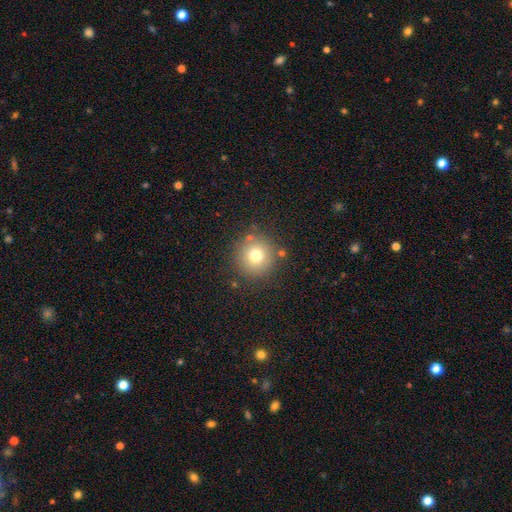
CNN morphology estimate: Smooth or featured: smooth — 74% (star or artifact — 14%)
How rounded: round — 95% (in between — 4%)
Merging: none — 84% (minor disturbance — 9%)